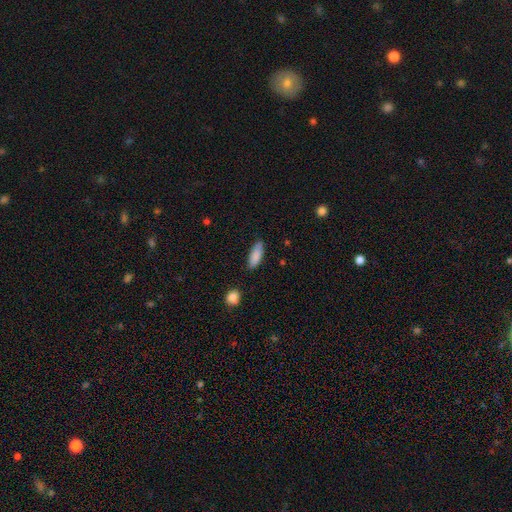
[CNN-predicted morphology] This appears to be a smooth galaxy with no disk features (87%) that is in between round and cigar-shaped (66%). Merging: none (81%).